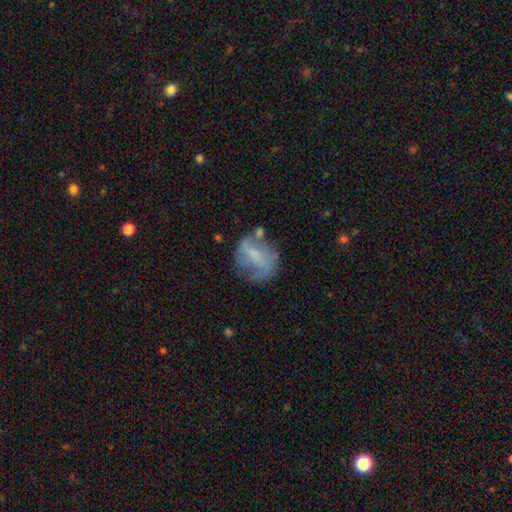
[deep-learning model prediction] Morphology: type=featured or disk (50%); edge-on=no (95%); merging=none (46%).